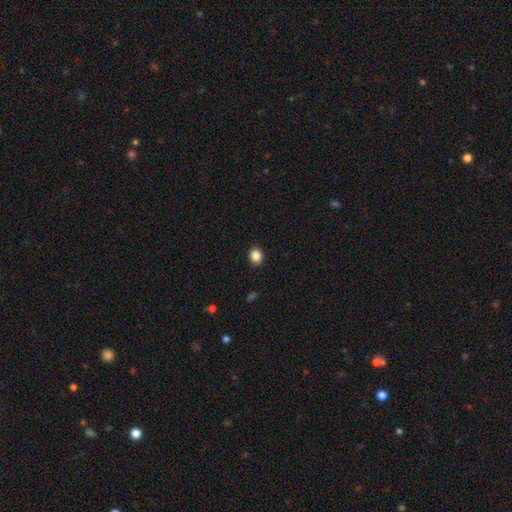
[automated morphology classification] smooth 86%, star or artifact 10%, featured or disk 4%. Down the decision tree: how rounded — round (59%); merging — none (90%).